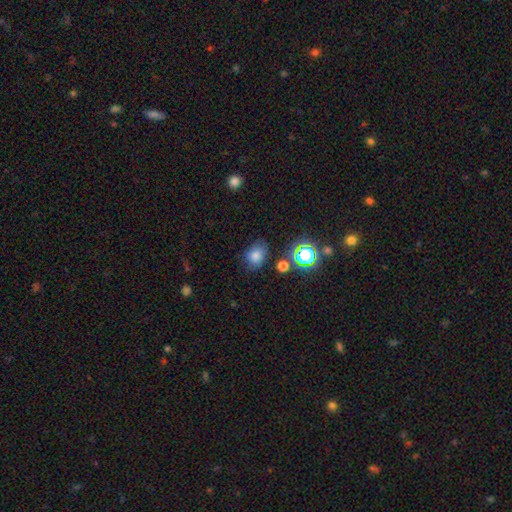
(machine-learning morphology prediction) This appears to be a smooth galaxy with no disk features (72%) that is in between round and cigar-shaped (63%). Merging: none (69%).